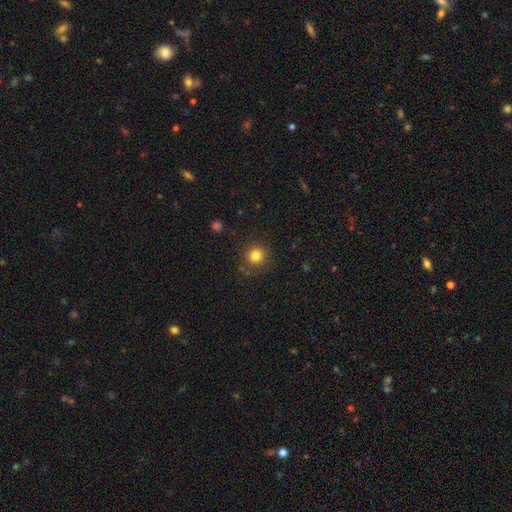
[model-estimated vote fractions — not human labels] The model was most divided on "smooth or featured": smooth: 82%, star or artifact: 12%, featured or disk: 6%. More confident: how rounded — round (93%); merging — none (86%).